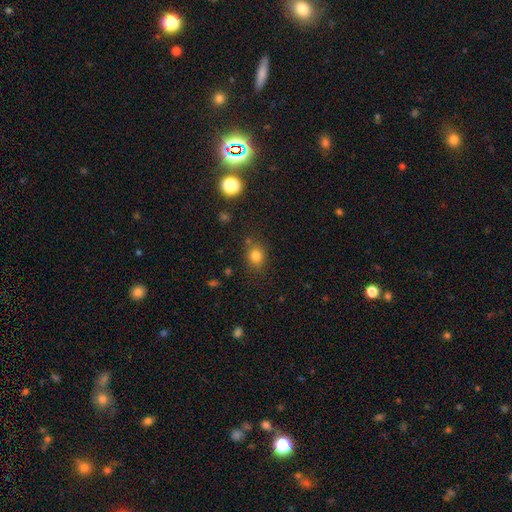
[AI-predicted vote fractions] smooth-or-featured: smooth: 80% | star or artifact: 14% | featured or disk: 7%
  how-rounded: round: 67% | in between: 32% | cigar-shaped: 1%
  merging: none: 77% | minor disturbance: 13% | merger: 5% | major disturbance: 4%